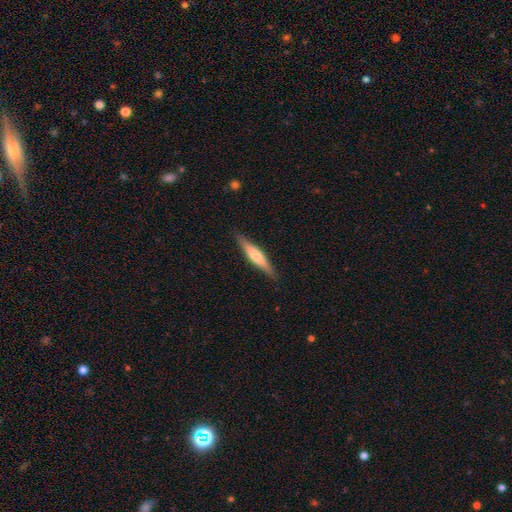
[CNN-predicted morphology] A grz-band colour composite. It shows a featured or disk galaxy (53%) viewed edge-on (95%) with a rounded central bulge (78%). Merging: none (89%).